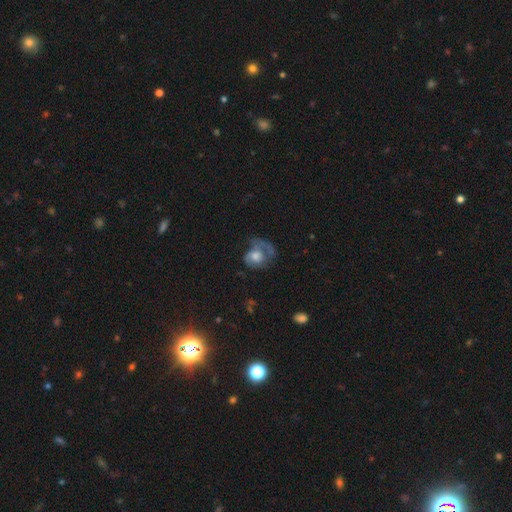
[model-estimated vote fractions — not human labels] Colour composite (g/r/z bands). It shows a featured or disk galaxy (58%) with no bar (78%), spiral arms (70%) and a moderate central bulge (45%). Merging: major disturbance (41%).